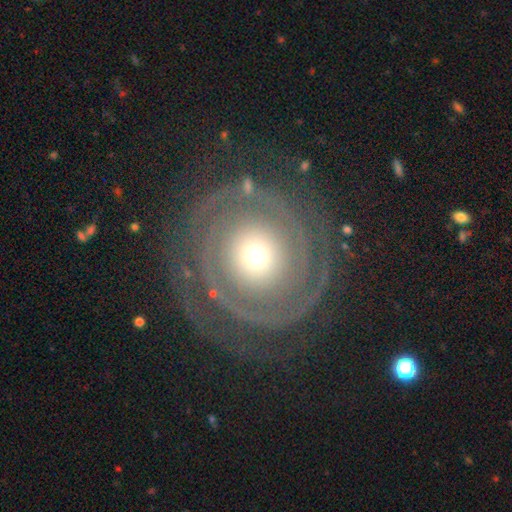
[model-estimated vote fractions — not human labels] Smooth or featured: featured or disk — 82% (smooth — 11%)
Edge-on disk: no — 97% (yes — 3%)
Bar: no — 86% (weak — 9%)
Spiral arms: yes — 88% (no — 12%)
Spiral winding: tight — 80% (medium — 15%)
Spiral arm count: 2 — 42% (can't tell — 24%)
Bulge size: small — 46% (moderate — 41%)
Merging: none — 78% (minor disturbance — 11%)